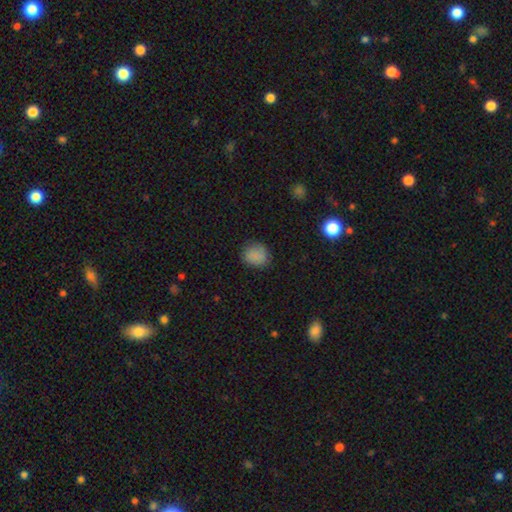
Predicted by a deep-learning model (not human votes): Smooth or featured: smooth — 84% (star or artifact — 11%)
How rounded: round — 75% (in between — 24%)
Merging: none — 80% (minor disturbance — 16%)